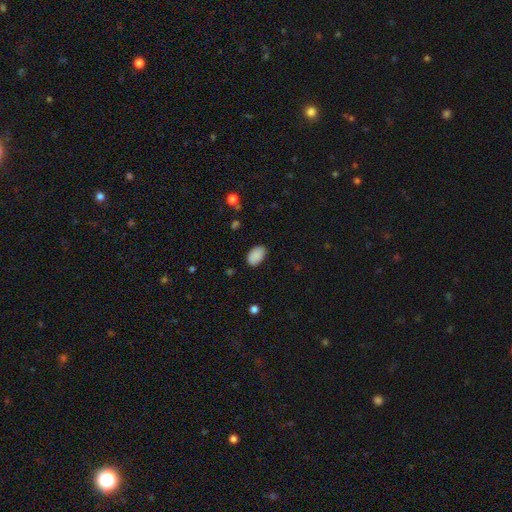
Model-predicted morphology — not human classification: Q: Smooth or featured?
A: smooth (88%); runner-up: star or artifact (8%)
Q: How rounded?
A: in between (91%); runner-up: round (8%)
Q: Merging?
A: none (83%); runner-up: minor disturbance (13%)